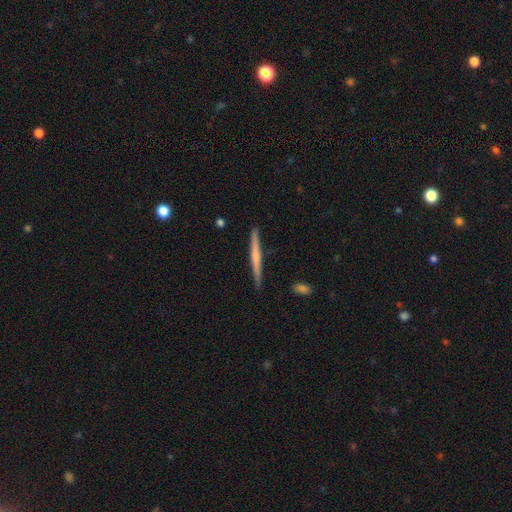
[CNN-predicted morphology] A featured or disk galaxy (51%) viewed edge-on (98%).

Vote fractions:
- Smooth or featured? featured or disk: 51% / smooth: 44% / star or artifact: 5%
- Edge-on disk? yes: 98% / no: 2%
- Merging? none: 90% / minor disturbance: 7% / major disturbance: 1% / merger: 1%